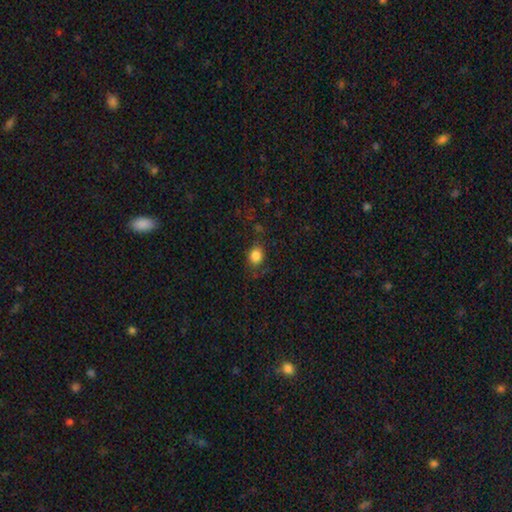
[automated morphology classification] This appears to be a smooth galaxy with no disk features (84%) that is round (64%). Merging: none (74%).